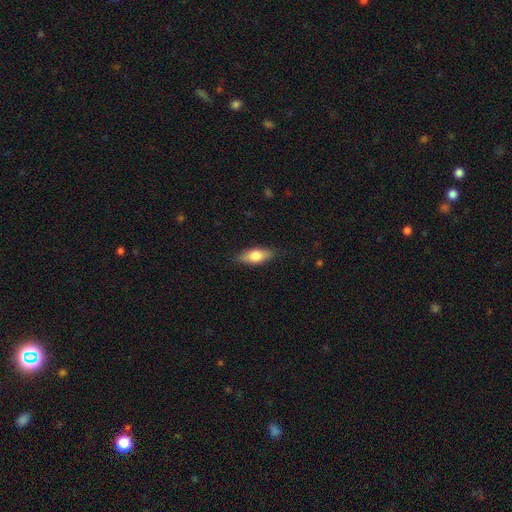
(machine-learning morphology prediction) Smooth or featured: smooth — 70% (featured or disk — 24%)
How rounded: in between — 76% (cigar-shaped — 21%)
Merging: none — 85% (minor disturbance — 11%)